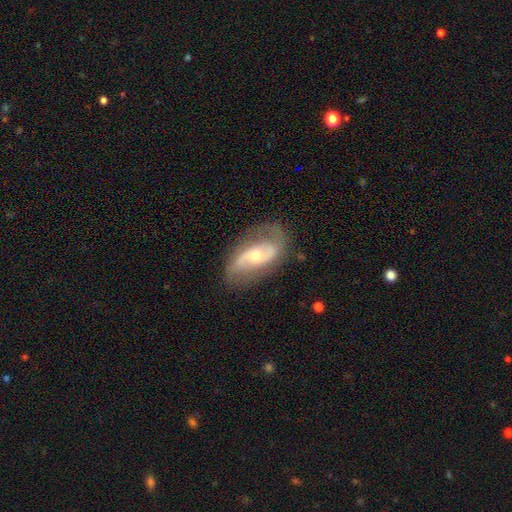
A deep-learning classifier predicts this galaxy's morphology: This appears to be a featured or disk galaxy (79%) with a weak bar (41%), 2 (85%) loose (40%) spiral arms (91%) and a moderate central bulge (55%). Merging: none (77%).